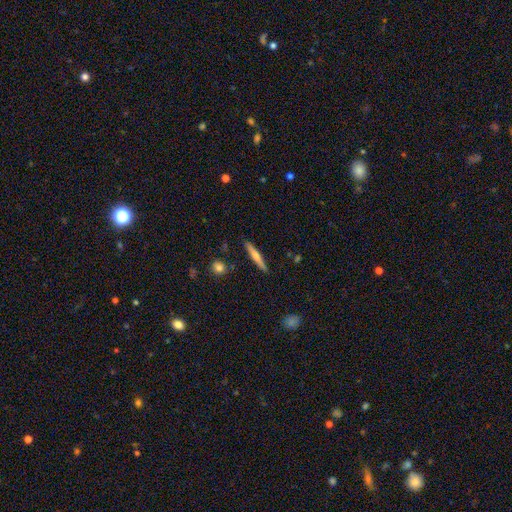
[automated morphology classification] Overall: featured or disk (53%; smooth 41%). Edge-on disk: yes (96%). Edge-on bulge: rounded (84%). Merging: none (89%).